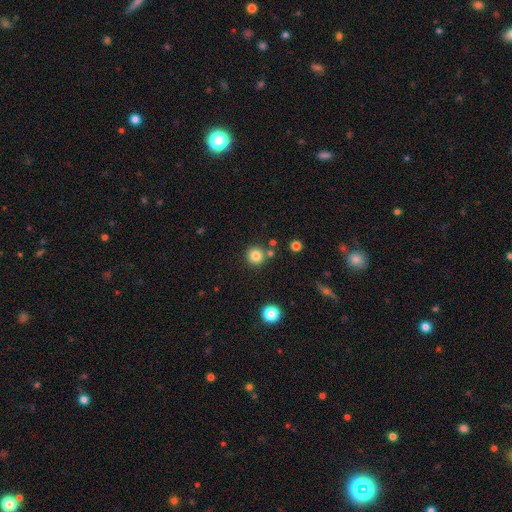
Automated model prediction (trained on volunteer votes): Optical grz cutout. It shows a smooth galaxy with no disk features (82%) that is round (94%). Merging: none (82%).